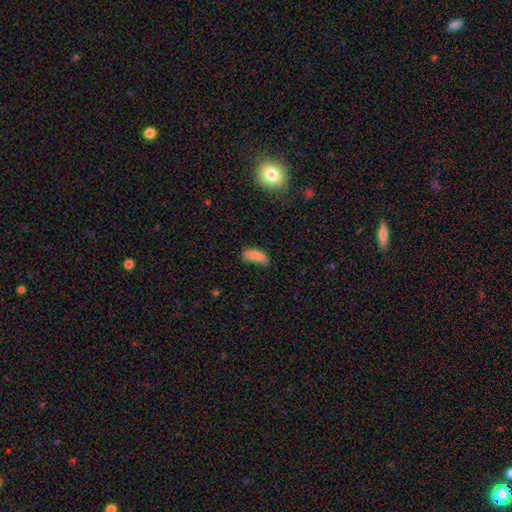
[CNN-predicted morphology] smooth-or-featured: smooth: 81% | star or artifact: 10% | featured or disk: 9%
  how-rounded: in between: 80% | cigar-shaped: 17% | round: 3%
  merging: none: 52% | minor disturbance: 33% | major disturbance: 10% | merger: 5%